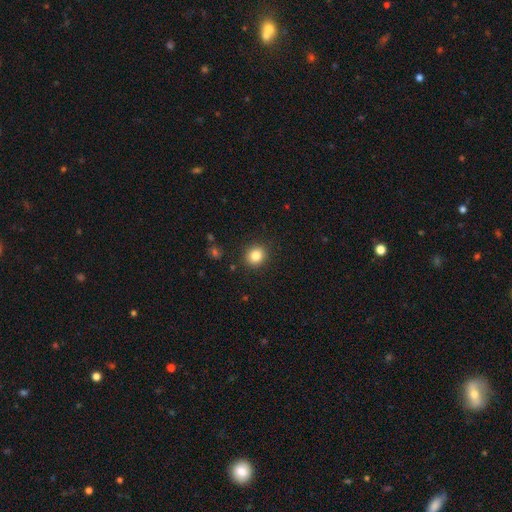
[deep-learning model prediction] Smooth or featured: smooth — 83% (star or artifact — 11%)
How rounded: round — 80% (in between — 19%)
Merging: none — 89% (minor disturbance — 7%)